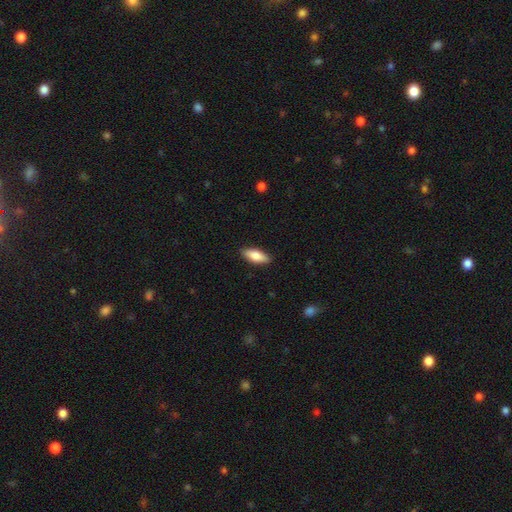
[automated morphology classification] The model was most divided on "how rounded": in between: 72%, cigar-shaped: 26%, round: 2%. More confident: merging — none (89%); smooth or featured — smooth (78%).